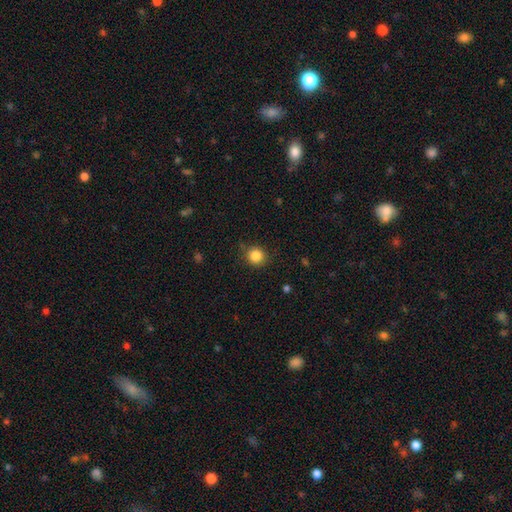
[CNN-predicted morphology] Smooth or featured?
  - smooth: 85% *
  - star or artifact: 11%
  - featured or disk: 4%
How rounded?
  - round: 90% *
  - in between: 9%
  - cigar-shaped: 1%
Merging?
  - none: 83% *
  - minor disturbance: 13%
  - major disturbance: 3%
  - merger: 1%